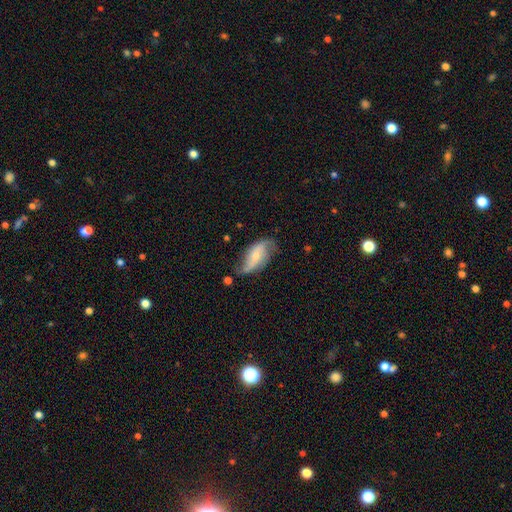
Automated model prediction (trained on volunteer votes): This is likely a featured or disk galaxy (69%). It is clearly not viewed edge-on (93%). Bar: possibly no (51%). Spiral arm pattern: clearly yes (90%). Spiral arm count: clearly 2 (87%). Spiral winding: likely loose (69%). Central bulge: possibly small (56%). Merging: possibly none (59%).